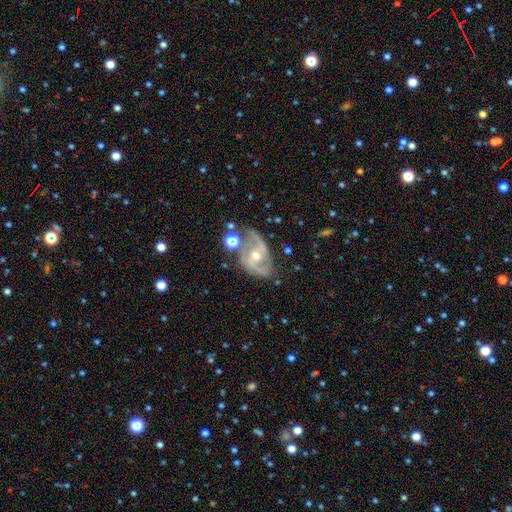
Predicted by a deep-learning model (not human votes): smooth-or-featured: featured or disk: 87% | star or artifact: 7% | smooth: 6%
  disk-edge-on: no: 96% | yes: 4%
    bar: no: 45% | weak: 36% | strong: 19%
    has-spiral-arms: yes: 95% | no: 5%
      spiral-winding: medium: 51% | loose: 29% | tight: 20%
      spiral-arm-count: 2: 85% | can't tell: 6% | 3: 4% | 1: 3% | 4: 1% | more than 4: 1%
    bulge-size: moderate: 62% | small: 34% | large: 2% | none: 1% | dominant: 1%
  merging: none: 60% | minor disturbance: 22% | major disturbance: 11% | merger: 7%